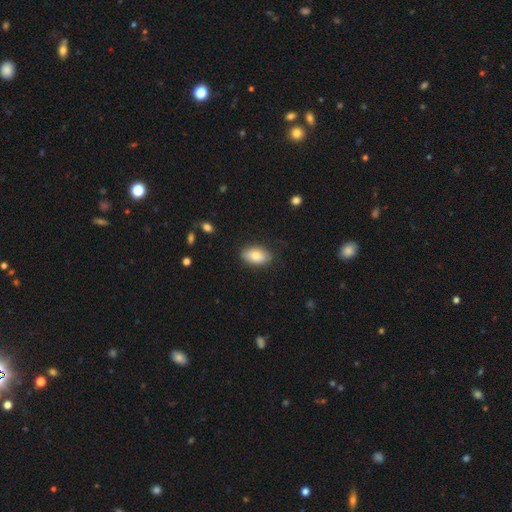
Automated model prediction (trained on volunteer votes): Smooth or featured? Predicted: smooth (p=0.81). How rounded? Predicted: in between (p=0.92). Merging? Predicted: none (p=0.84).